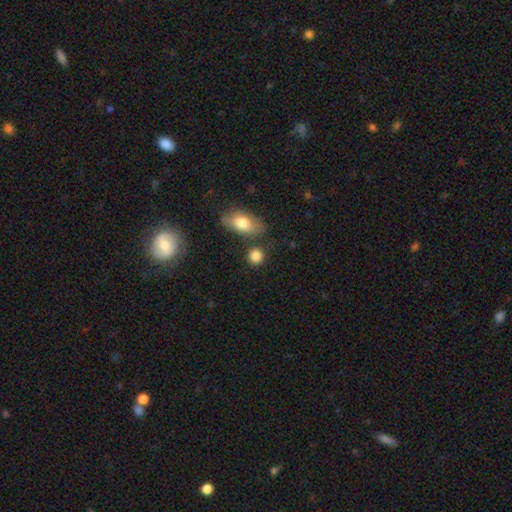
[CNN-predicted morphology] Q: Smooth or featured?
A: smooth (85%); runner-up: star or artifact (9%)
Q: How rounded?
A: round (81%); runner-up: in between (17%)
Q: Merging?
A: none (76%); runner-up: minor disturbance (11%)